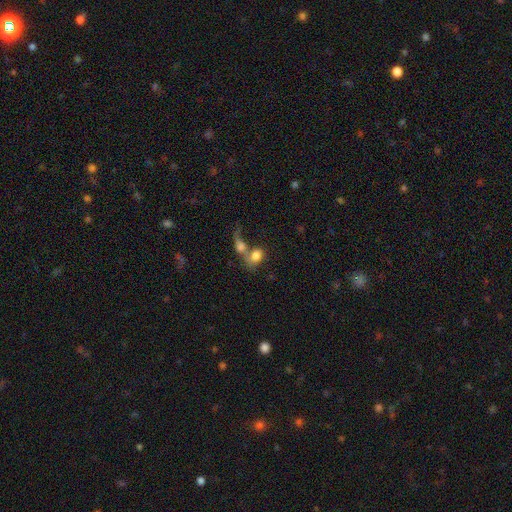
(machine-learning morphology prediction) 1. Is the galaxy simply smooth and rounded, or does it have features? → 75% smooth, 16% featured or disk, 9% star or artifact.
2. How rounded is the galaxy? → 58% in between, 40% round, 2% cigar-shaped.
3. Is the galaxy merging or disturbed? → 65% merger, 18% none, 10% major disturbance, 7% minor disturbance.